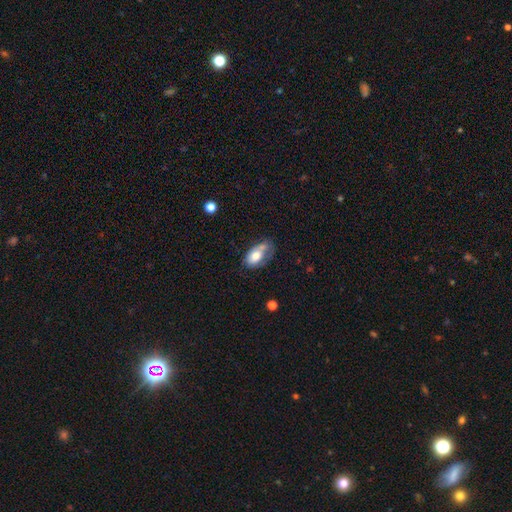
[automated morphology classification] This appears to be a smooth galaxy with no disk features (65%) that is in between round and cigar-shaped (92%). Merging: none (34%).